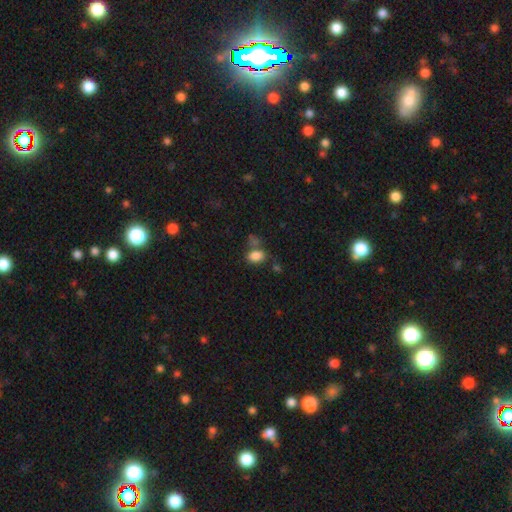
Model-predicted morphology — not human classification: smooth 83%, star or artifact 11%, featured or disk 6%. Down the decision tree: how rounded — in between (81%); merging — none (59%).